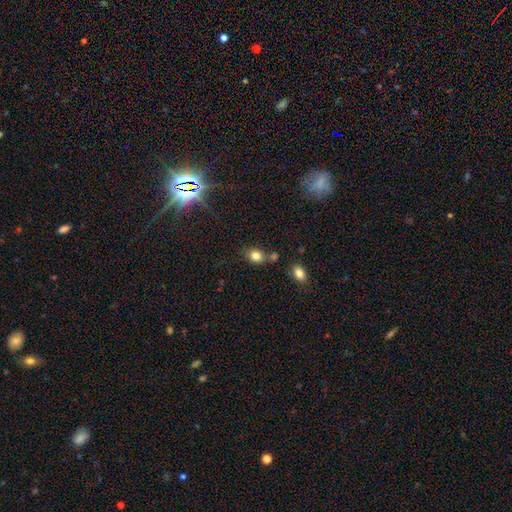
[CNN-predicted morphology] type=smooth (81%); roundness=in between (57%); merging=none (68%).